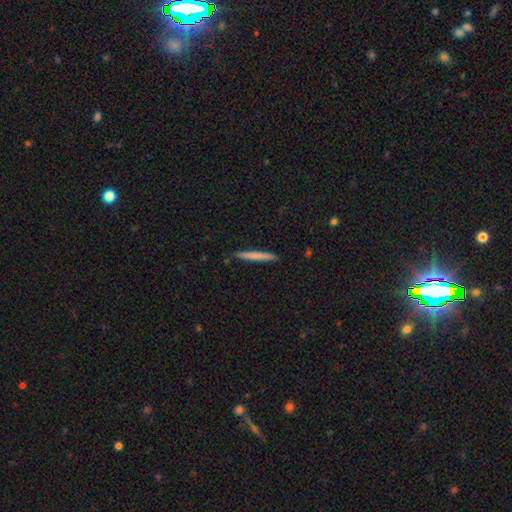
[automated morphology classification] This appears to be a smooth galaxy with no disk features (71%) that is cigar-shaped (97%). Merging: none (91%).